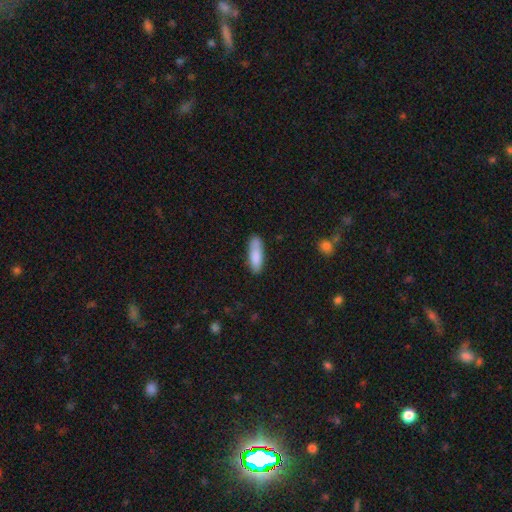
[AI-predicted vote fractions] Smooth or featured: smooth — 84% (featured or disk — 10%)
How rounded: in between — 50% (cigar-shaped — 48%)
Merging: none — 76% (minor disturbance — 17%)